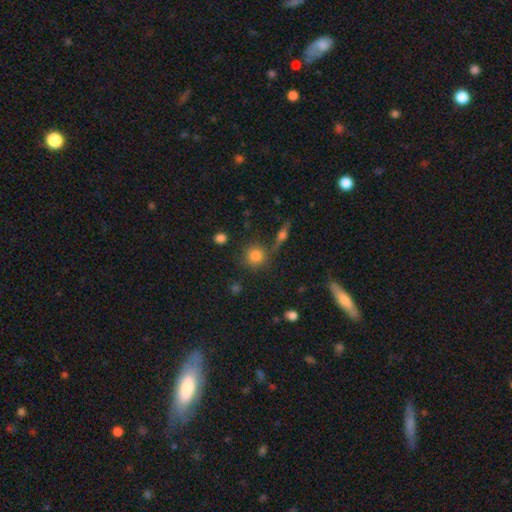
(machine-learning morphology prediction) type=smooth (80%); roundness=round (90%); merging=none (74%).